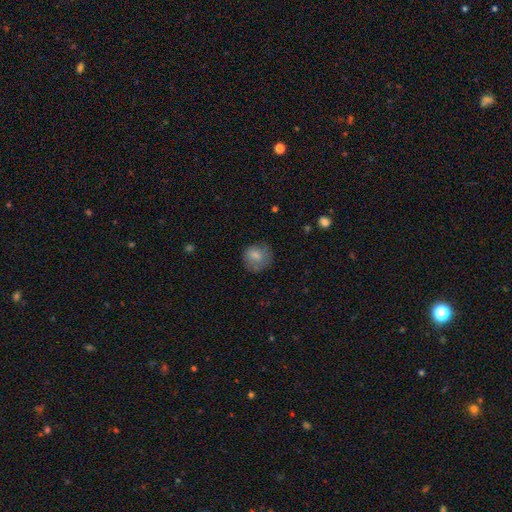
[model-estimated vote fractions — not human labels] This appears to be a smooth galaxy with no disk features (77%) that is round (79%). Merging: none (68%).